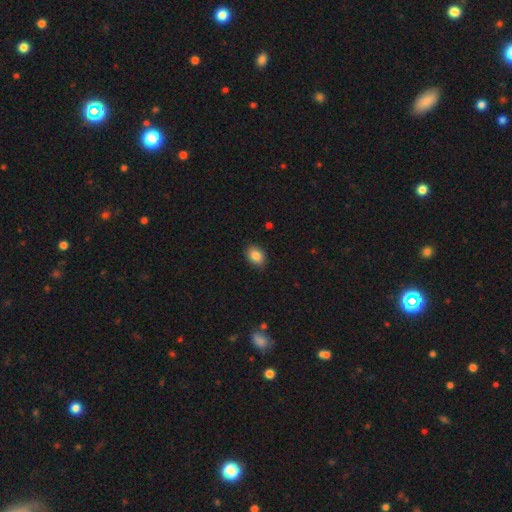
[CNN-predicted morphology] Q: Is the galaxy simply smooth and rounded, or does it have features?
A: smooth — 86%.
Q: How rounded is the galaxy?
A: in between — 72%.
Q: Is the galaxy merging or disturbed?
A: none — 89%.